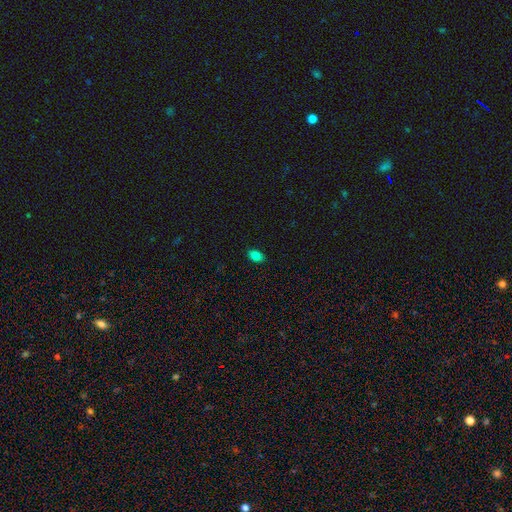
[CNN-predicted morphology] Smooth or featured? smooth (84%)
How rounded? in between (85%)
Merging? none (88%)